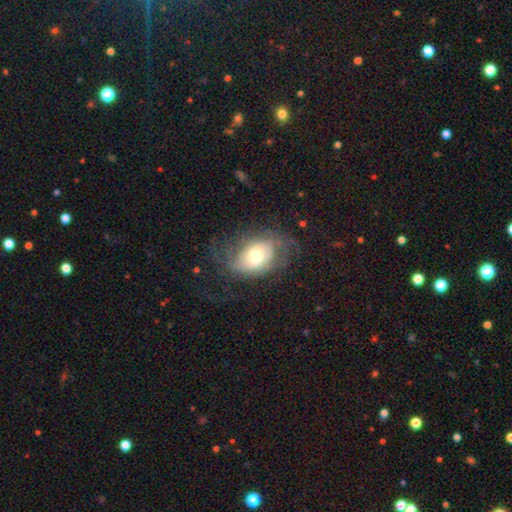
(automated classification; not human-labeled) Smooth or featured: featured or disk — 65% (smooth — 27%)
Edge-on disk: no — 95% (yes — 5%)
Bar: no — 69% (weak — 24%)
Spiral arms: yes — 79% (no — 21%)
Bulge size: moderate — 62% (small — 23%)
Merging: none — 53% (major disturbance — 24%)